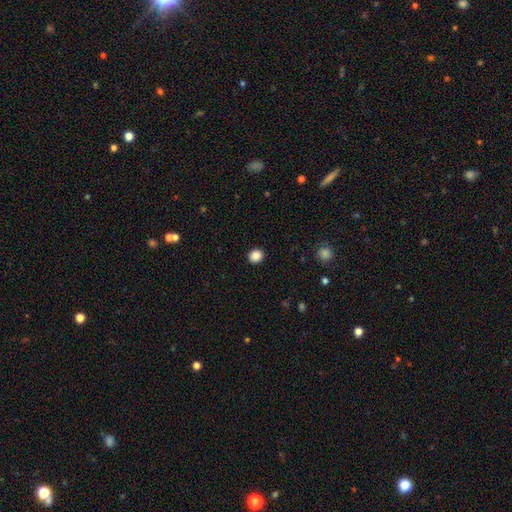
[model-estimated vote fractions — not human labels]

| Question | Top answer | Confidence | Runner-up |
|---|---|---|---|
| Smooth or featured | smooth | 88% | star or artifact (10%) |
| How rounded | round | 83% | in between (16%) |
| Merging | none | 92% | minor disturbance (5%) |